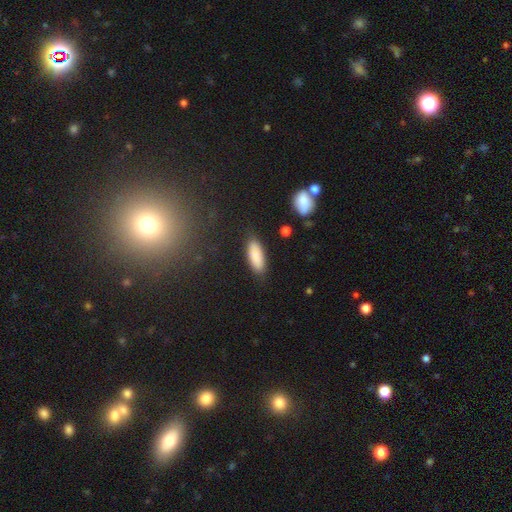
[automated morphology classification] Smooth or featured? Predicted: smooth (p=0.86). How rounded? Predicted: in between (p=0.71). Merging? Predicted: none (p=0.84).